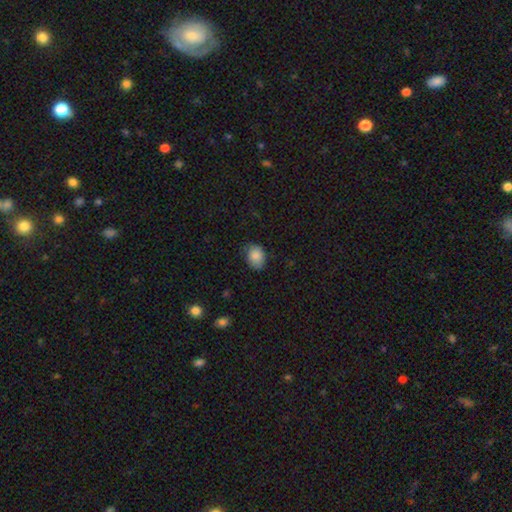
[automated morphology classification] smooth_or_featured: smooth (p=0.84) [alt: star or artifact p=0.08]
how_rounded: in between (p=0.61) [alt: round p=0.39]
merging: none (p=0.71) [alt: minor disturbance p=0.24]